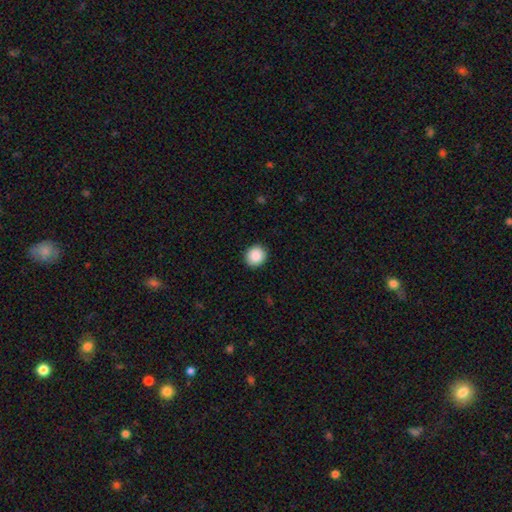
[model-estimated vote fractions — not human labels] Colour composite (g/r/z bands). It shows a smooth galaxy with no disk features (89%) that is round (85%). Merging: none (91%).